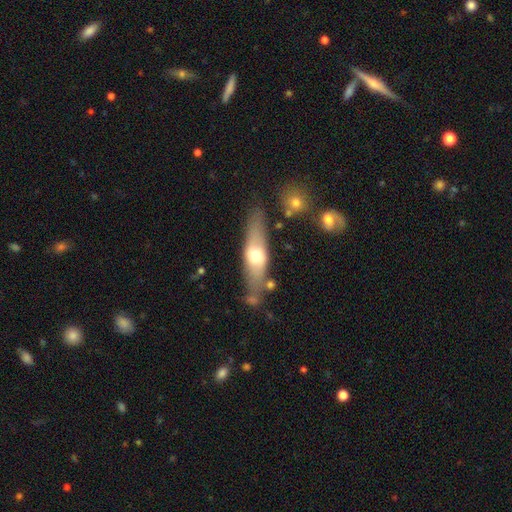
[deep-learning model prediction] A smooth galaxy with no disk features (48%). Merging: none (74%).